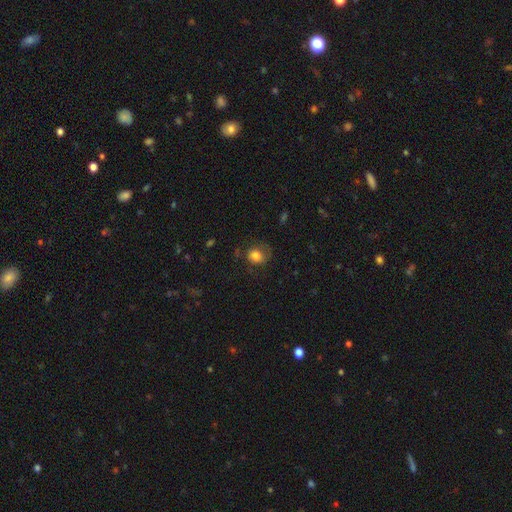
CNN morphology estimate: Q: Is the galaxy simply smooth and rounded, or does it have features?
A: smooth — 80%.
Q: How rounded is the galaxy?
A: round — 68%.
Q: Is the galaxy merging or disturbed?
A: none — 61%.